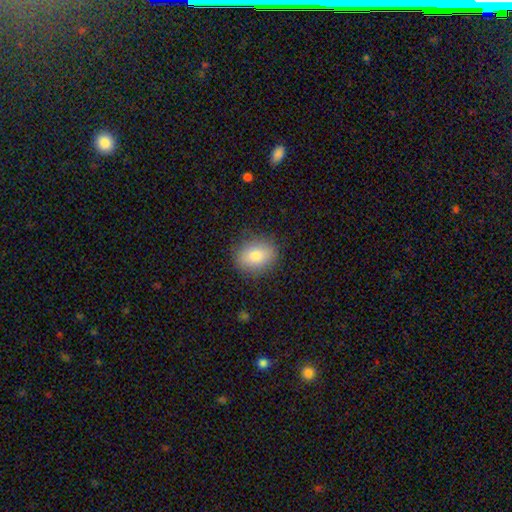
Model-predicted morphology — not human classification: A smooth galaxy with no disk features (82%) that is in between round and cigar-shaped (58%).

Vote fractions:
- Smooth or featured? smooth: 82% / featured or disk: 10% / star or artifact: 8%
- How rounded? in between: 58% / round: 40% / cigar-shaped: 1%
- Merging? none: 86% / minor disturbance: 10% / major disturbance: 3% / merger: 1%